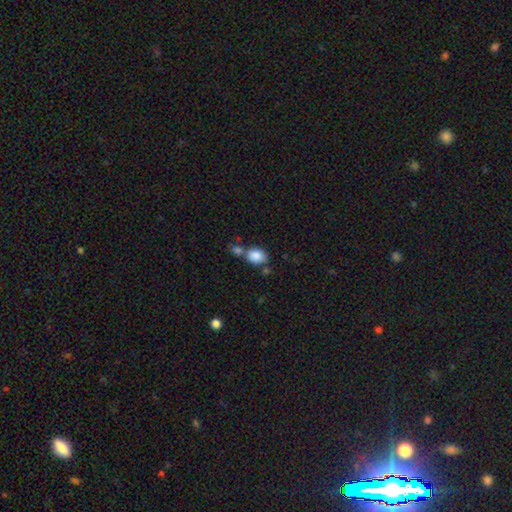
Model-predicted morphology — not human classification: A smooth galaxy with no disk features (86%) that is in between round and cigar-shaped (62%).

Vote fractions:
- Smooth or featured? smooth: 86% / star or artifact: 8% / featured or disk: 6%
- How rounded? in between: 62% / round: 37% / cigar-shaped: 1%
- Merging? none: 50% / merger: 31% / minor disturbance: 14% / major disturbance: 5%